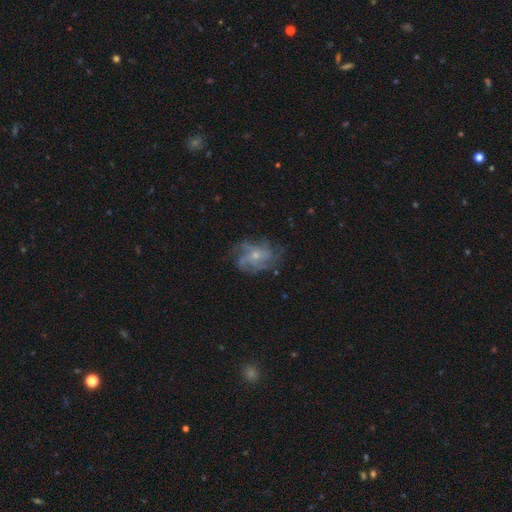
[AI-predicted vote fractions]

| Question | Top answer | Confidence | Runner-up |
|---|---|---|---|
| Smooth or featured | featured or disk | 81% | smooth (11%) |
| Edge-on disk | no | 97% | yes (3%) |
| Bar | no | 74% | weak (23%) |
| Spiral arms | yes | 93% | no (7%) |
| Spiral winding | medium | 46% | tight (35%) |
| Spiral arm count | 4 | 33% | can't tell (24%) |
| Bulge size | small | 69% | moderate (26%) |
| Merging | none | 69% | minor disturbance (19%) |